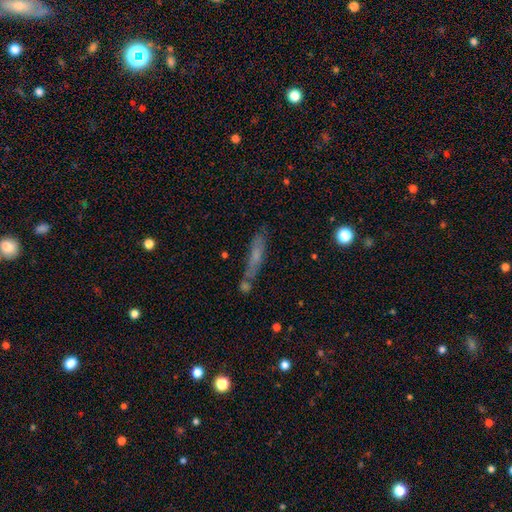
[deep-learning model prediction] This is possibly a smooth galaxy (52%). How rounded: clearly cigar-shaped (85%). Merging: likely none (64%).